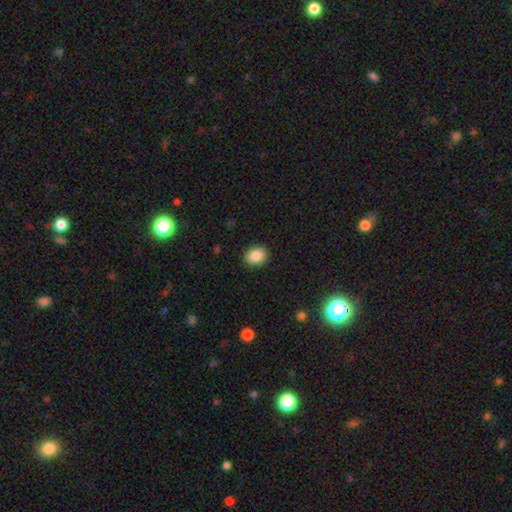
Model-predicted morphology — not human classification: smooth 88%, star or artifact 8%, featured or disk 4%. Down the decision tree: how rounded — in between (53%); merging — none (90%).